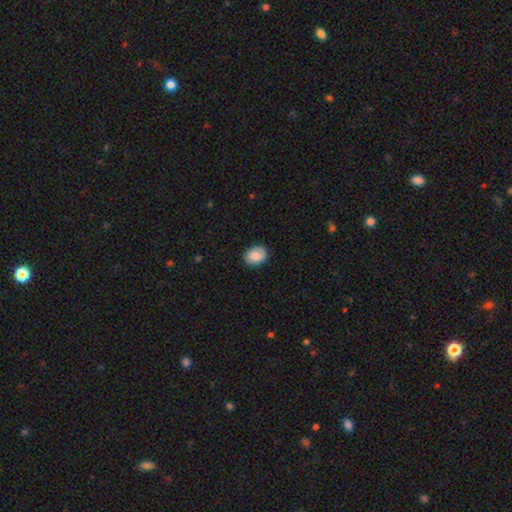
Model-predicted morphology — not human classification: A smooth galaxy with no disk features (85%) that is in between round and cigar-shaped (59%).

Vote fractions:
- Smooth or featured? smooth: 85% / featured or disk: 8% / star or artifact: 7%
- How rounded? in between: 59% / round: 40% / cigar-shaped: 1%
- Merging? none: 82% / minor disturbance: 14% / major disturbance: 3% / merger: 1%